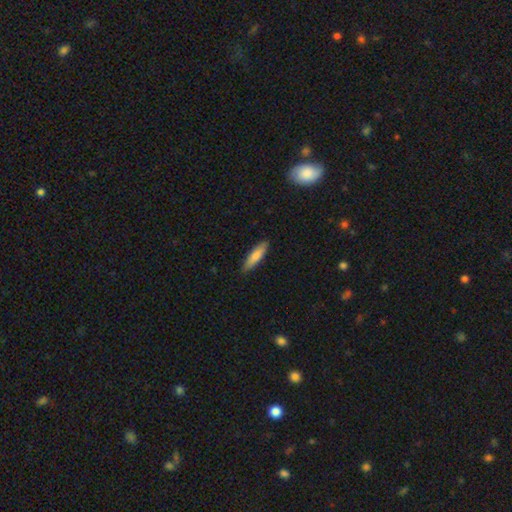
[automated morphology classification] Smooth or featured? smooth (78%)
How rounded? cigar-shaped (69%)
Merging? none (88%)